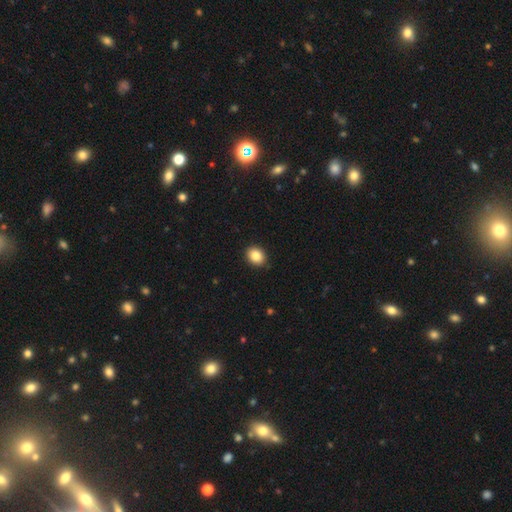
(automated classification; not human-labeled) smooth-or-featured: smooth: 86% | star or artifact: 9% | featured or disk: 5%
  how-rounded: round: 50% | in between: 49% | cigar-shaped: 1%
  merging: none: 90% | minor disturbance: 7% | major disturbance: 2% | merger: 1%